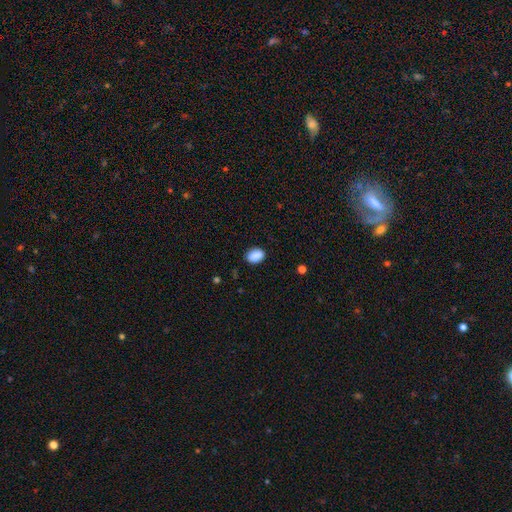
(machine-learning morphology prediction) A smooth galaxy with no disk features (89%) that is in between round and cigar-shaped (75%). Merging: none (85%).